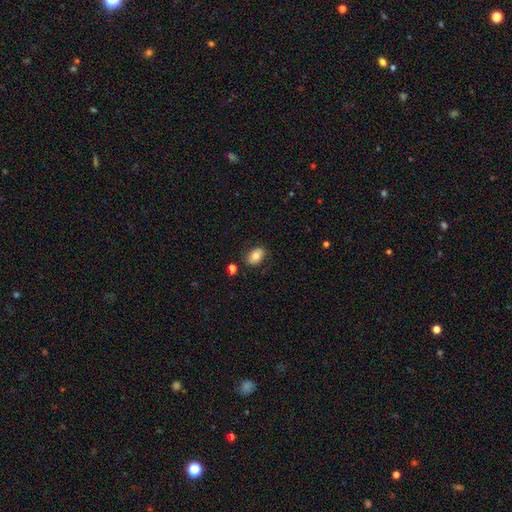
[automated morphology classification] Q: Smooth or featured?
A: smooth (77%); runner-up: featured or disk (15%)
Q: How rounded?
A: in between (86%); runner-up: round (13%)
Q: Merging?
A: none (79%); runner-up: minor disturbance (14%)